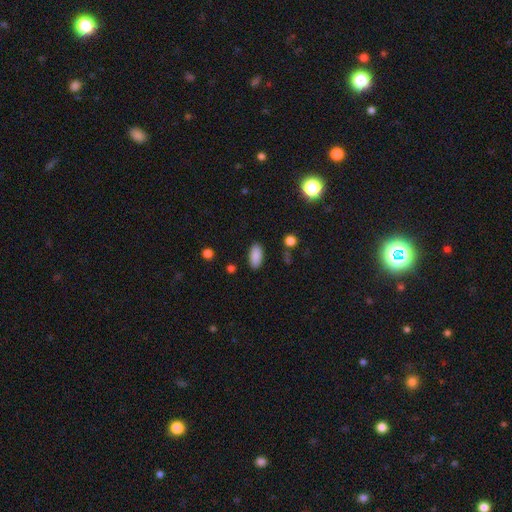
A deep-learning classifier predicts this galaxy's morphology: A smooth galaxy with no disk features (89%) that is in between round and cigar-shaped (92%).

Vote fractions:
- Smooth or featured? smooth: 89% / star or artifact: 7% / featured or disk: 4%
- How rounded? in between: 92% / cigar-shaped: 5% / round: 2%
- Merging? none: 88% / minor disturbance: 8% / major disturbance: 2% / merger: 1%